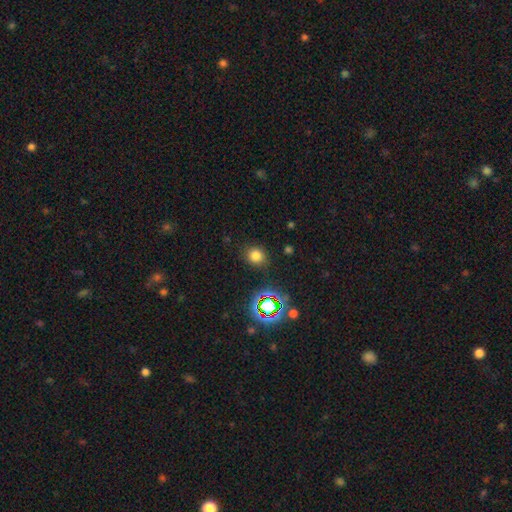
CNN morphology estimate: This is likely a smooth galaxy (73%). How rounded: likely round (80%). Merging: clearly none (84%).